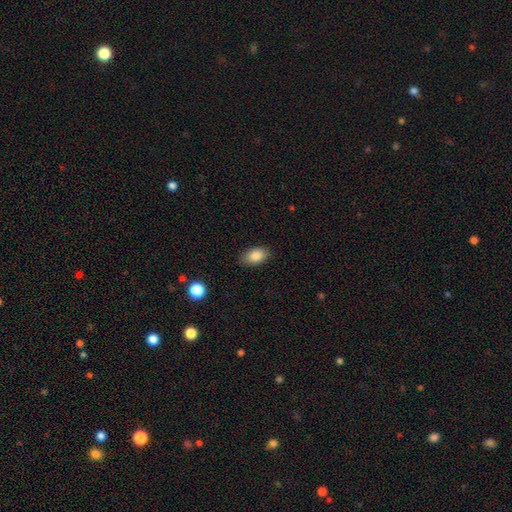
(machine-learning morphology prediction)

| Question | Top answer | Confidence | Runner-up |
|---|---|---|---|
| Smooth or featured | smooth | 85% | star or artifact (8%) |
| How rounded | in between | 89% | round (10%) |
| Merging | none | 84% | minor disturbance (13%) |